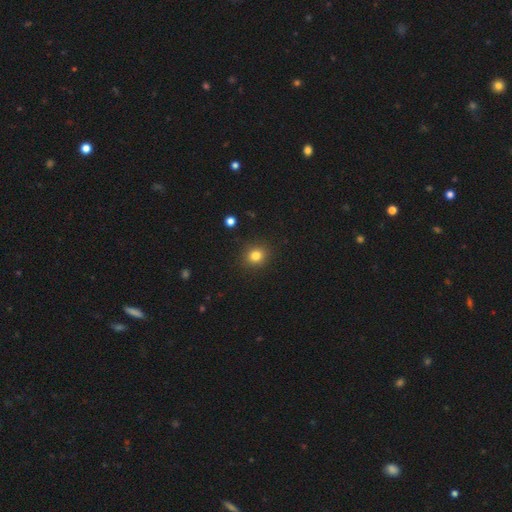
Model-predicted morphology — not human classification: This is clearly a smooth galaxy (82%). How rounded: likely round (79%). Merging: clearly none (90%).